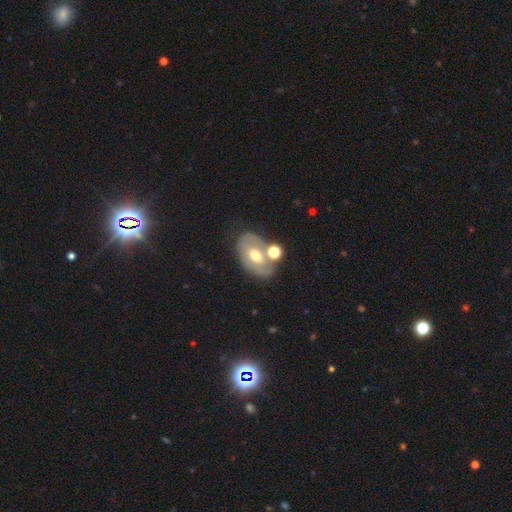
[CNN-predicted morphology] smooth-or-featured: featured or disk: 54% | smooth: 37% | star or artifact: 9%
  disk-edge-on: no: 92% | yes: 8%
  merging: none: 55% | merger: 19% | minor disturbance: 18% | major disturbance: 8%